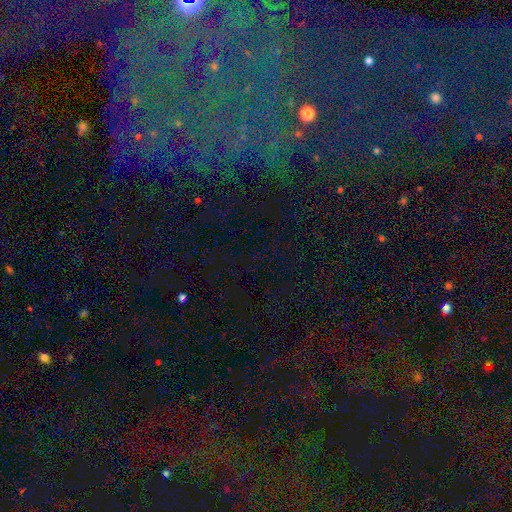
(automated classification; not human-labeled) Q: Smooth or featured?
A: star or artifact (73%); runner-up: smooth (20%)